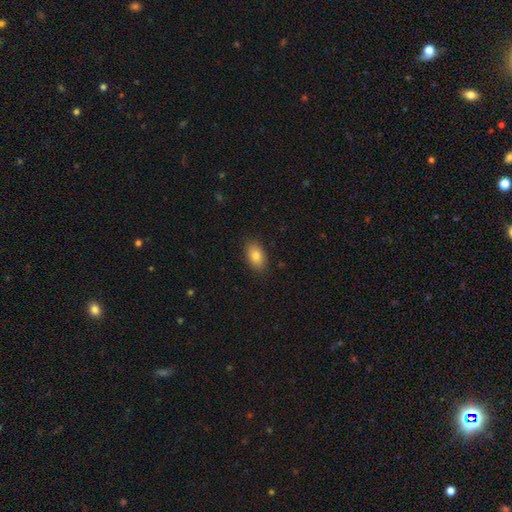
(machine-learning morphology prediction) This appears to be a smooth galaxy with no disk features (84%) that is in between round and cigar-shaped (90%). Merging: none (87%).